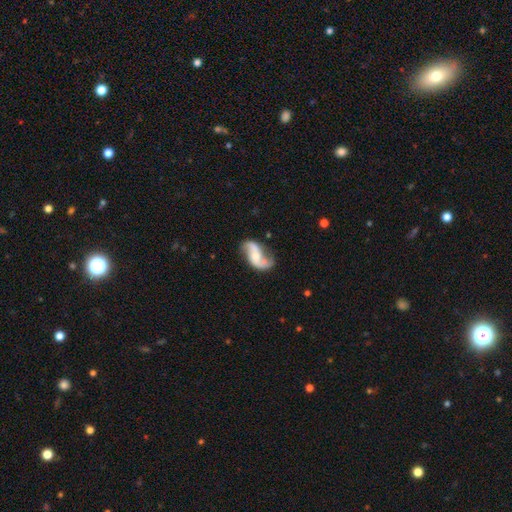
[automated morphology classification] A featured or disk galaxy (83%) with no bar (48%), 2 (91%) loose (67%) spiral arms (95%) and a small central bulge (43%).

Vote fractions:
- Smooth or featured? featured or disk: 83% / smooth: 11% / star or artifact: 5%
- Edge-on disk? no: 97% / yes: 3%
- Bar? no: 48% / weak: 37% / strong: 15%
- Spiral arms? yes: 95% / no: 5%
- Spiral winding? loose: 67% / medium: 26% / tight: 7%
- Spiral arm count? 2: 91% / 1: 3% / can't tell: 3% / 3: 1% / 4: 1% / more than 4: 1%
- Bulge size? small: 43% / moderate: 40% / none: 11% / large: 5% / dominant: 1%
- Merging? none: 64% / minor disturbance: 20% / major disturbance: 11% / merger: 5%